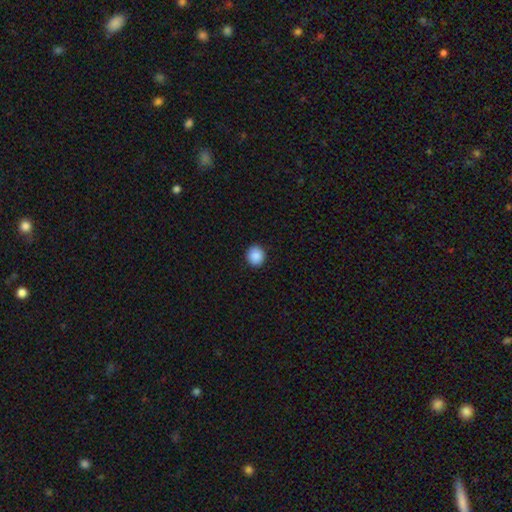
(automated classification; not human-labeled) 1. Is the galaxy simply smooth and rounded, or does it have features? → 89% smooth, 8% star or artifact, 2% featured or disk.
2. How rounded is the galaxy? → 82% round, 17% in between, 1% cigar-shaped.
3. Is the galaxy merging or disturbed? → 92% none, 6% minor disturbance, 2% major disturbance, 1% merger.